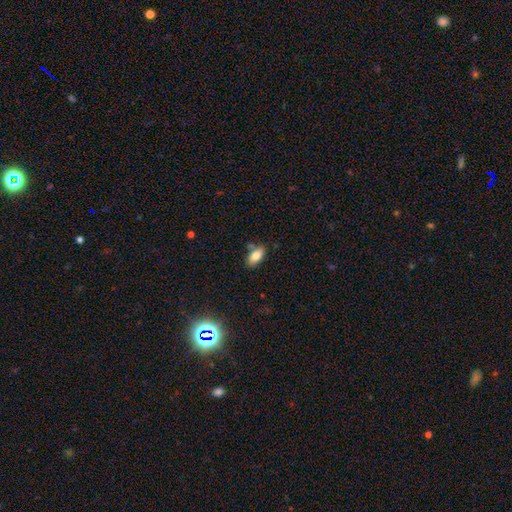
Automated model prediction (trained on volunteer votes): smooth_or_featured: smooth (p=0.81) [alt: featured or disk p=0.10]
how_rounded: in between (p=0.90) [alt: cigar-shaped p=0.06]
merging: none (p=0.75) [alt: minor disturbance p=0.14]